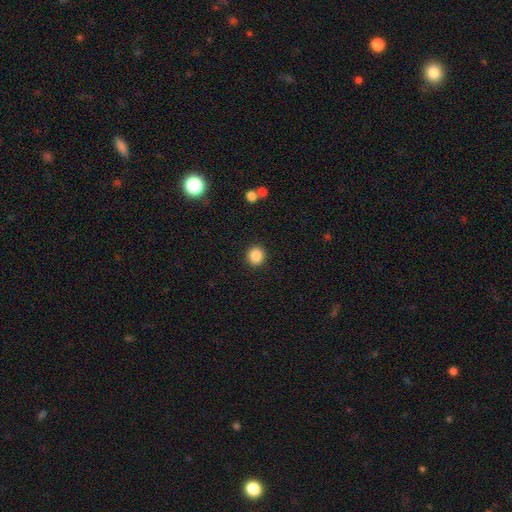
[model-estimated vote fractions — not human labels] smooth-or-featured: smooth: 87% | star or artifact: 10% | featured or disk: 3%
  how-rounded: round: 89% | in between: 10% | cigar-shaped: 1%
  merging: none: 92% | minor disturbance: 5% | major disturbance: 2% | merger: 1%